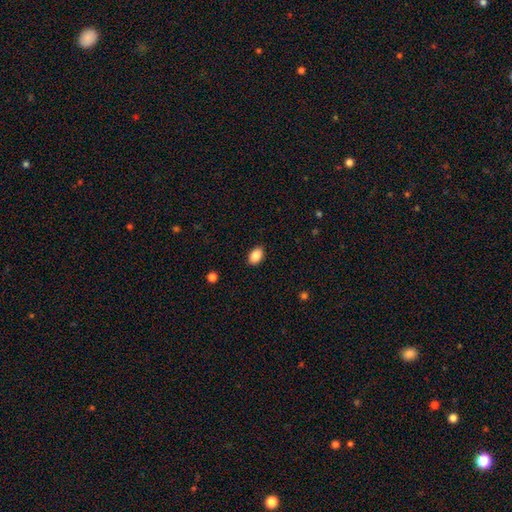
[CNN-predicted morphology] Q: Smooth or featured?
A: smooth (87%); runner-up: star or artifact (8%)
Q: How rounded?
A: in between (86%); runner-up: round (13%)
Q: Merging?
A: none (88%); runner-up: minor disturbance (9%)